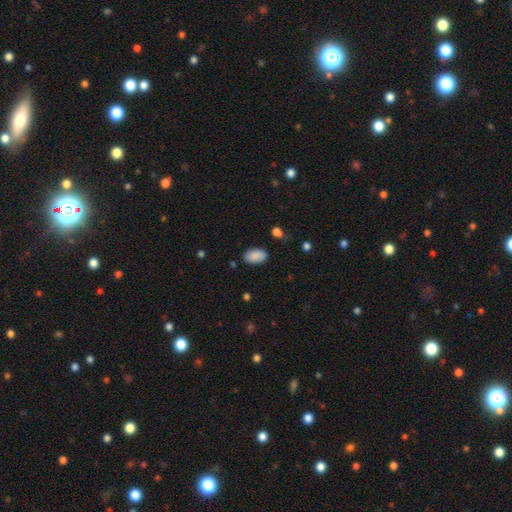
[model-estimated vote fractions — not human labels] smooth-or-featured: smooth: 88% | star or artifact: 7% | featured or disk: 5%
  how-rounded: in between: 93% | round: 6% | cigar-shaped: 1%
  merging: none: 84% | minor disturbance: 12% | major disturbance: 3% | merger: 2%